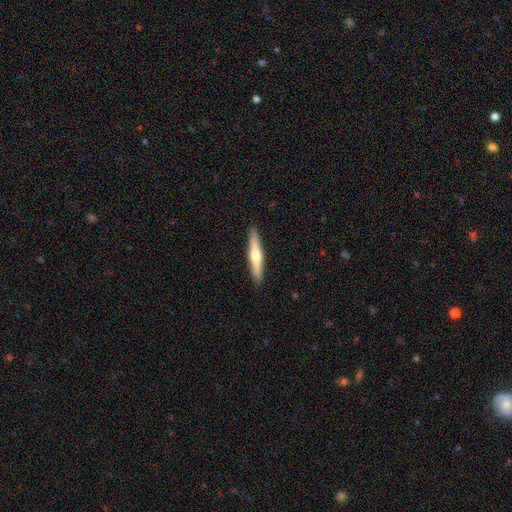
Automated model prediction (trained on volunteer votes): smooth-or-featured: featured or disk: 52% | smooth: 43% | star or artifact: 5%
  disk-edge-on: yes: 95% | no: 5%
  merging: none: 91% | minor disturbance: 7% | major disturbance: 1% | merger: 1%